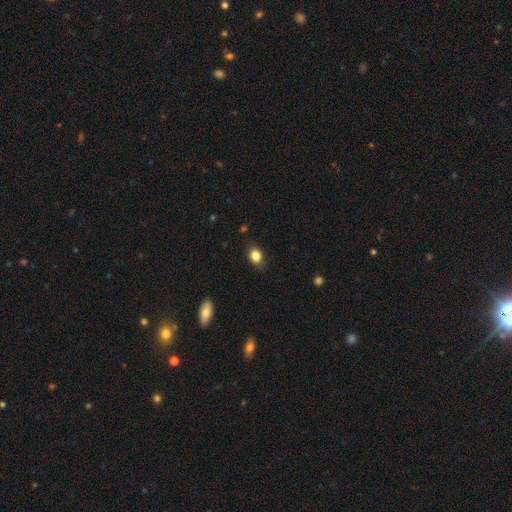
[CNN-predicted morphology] A smooth galaxy with no disk features (84%) that is in between round and cigar-shaped (60%).

Vote fractions:
- Smooth or featured? smooth: 84% / star or artifact: 10% / featured or disk: 6%
- How rounded? in between: 60% / round: 38% / cigar-shaped: 1%
- Merging? none: 80% / minor disturbance: 15% / major disturbance: 3% / merger: 1%